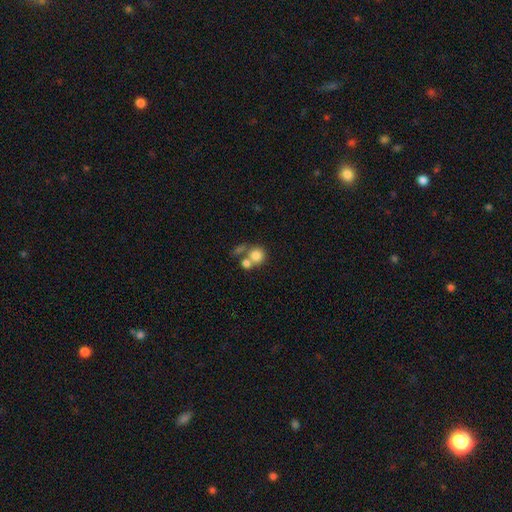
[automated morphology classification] The model was most divided on "merging": merger: 46%, none: 40%, minor disturbance: 8%, major disturbance: 6%. More confident: how rounded — round (85%); smooth or featured — smooth (77%).